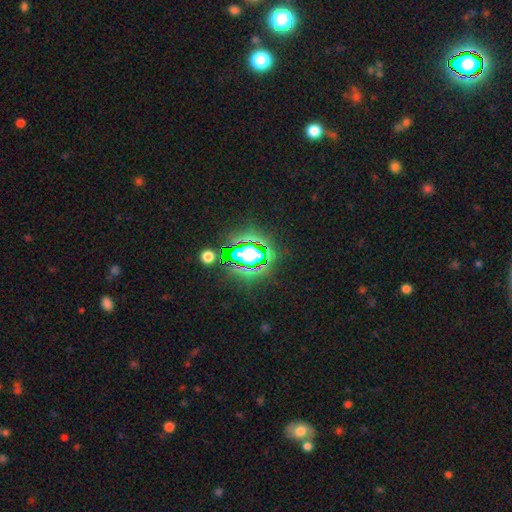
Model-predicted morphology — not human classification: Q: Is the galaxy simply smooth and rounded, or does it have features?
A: star or artifact — 72%.